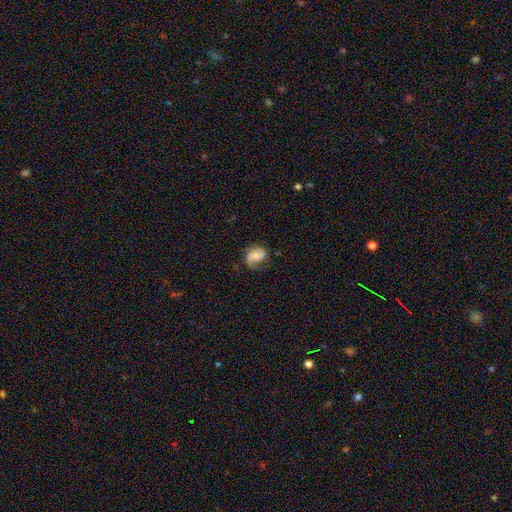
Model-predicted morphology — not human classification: A smooth galaxy with no disk features (51%) that is in between round and cigar-shaped (60%).

Vote fractions:
- Smooth or featured? smooth: 51% / featured or disk: 41% / star or artifact: 8%
- How rounded? in between: 60% / round: 38% / cigar-shaped: 1%
- Merging? none: 58% / minor disturbance: 26% / major disturbance: 14% / merger: 1%